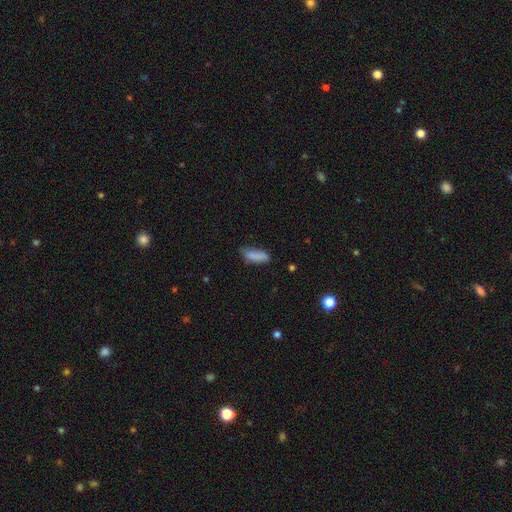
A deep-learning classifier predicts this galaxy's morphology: smooth 81%, featured or disk 11%, star or artifact 8%. Down the decision tree: how rounded — in between (57%); merging — none (57%).